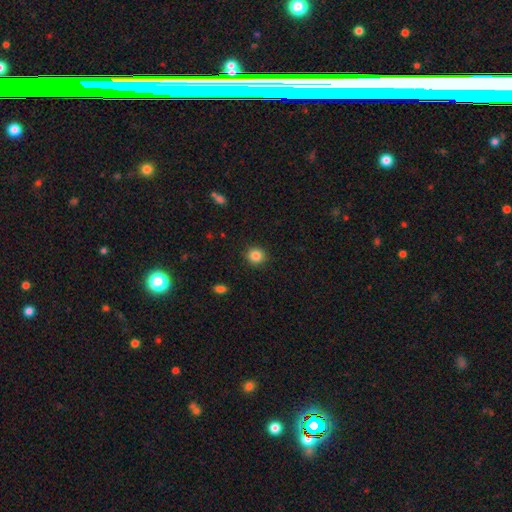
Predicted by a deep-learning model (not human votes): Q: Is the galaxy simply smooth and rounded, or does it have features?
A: smooth — 85%.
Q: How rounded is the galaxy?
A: round — 89%.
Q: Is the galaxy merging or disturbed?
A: none — 91%.